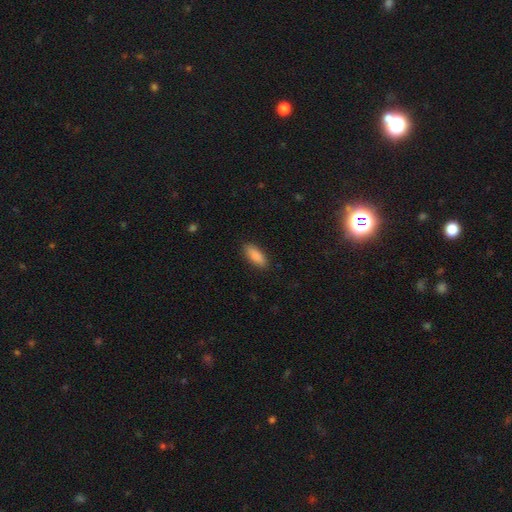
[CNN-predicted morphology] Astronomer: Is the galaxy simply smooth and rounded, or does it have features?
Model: smooth — 89%.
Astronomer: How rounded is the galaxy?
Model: in between — 79%.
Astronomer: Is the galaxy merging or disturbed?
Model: none — 88%.